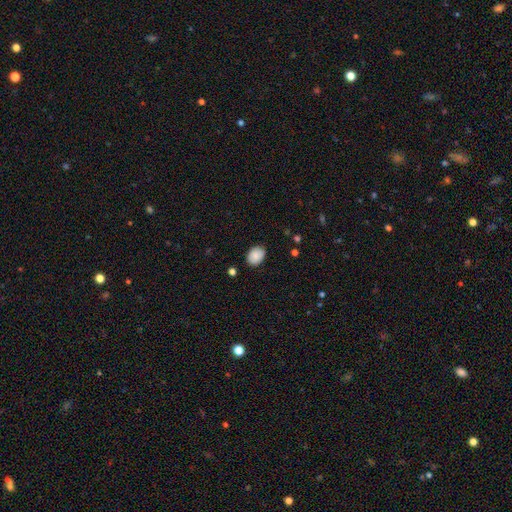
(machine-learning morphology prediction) Q: Smooth or featured?
A: smooth (87%); runner-up: star or artifact (8%)
Q: How rounded?
A: in between (64%); runner-up: round (35%)
Q: Merging?
A: none (83%); runner-up: minor disturbance (13%)